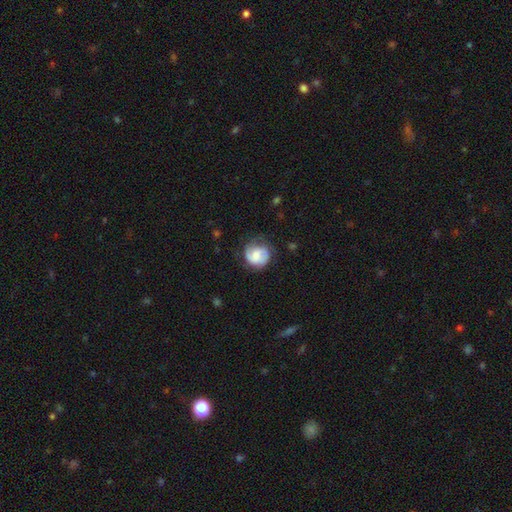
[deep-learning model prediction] Morphology: type=featured or disk (52%); edge-on=no (98%); bar=no (54%); spiral arms=yes (85%); bulge=moderate (48%); merging=none (59%).